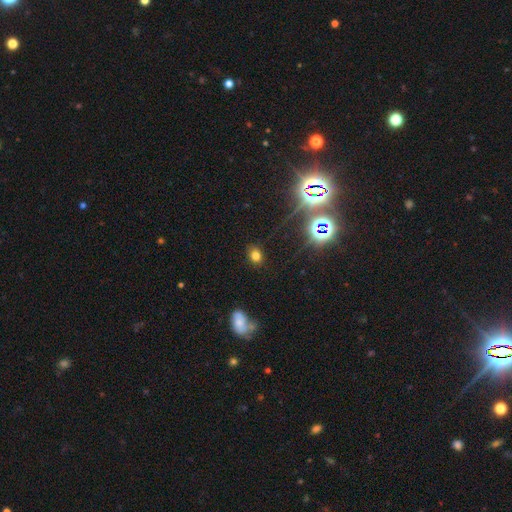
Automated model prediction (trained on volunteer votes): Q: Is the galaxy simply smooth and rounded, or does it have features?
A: smooth — 71%.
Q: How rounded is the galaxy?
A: round — 50%.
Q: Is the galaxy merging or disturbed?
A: none — 84%.